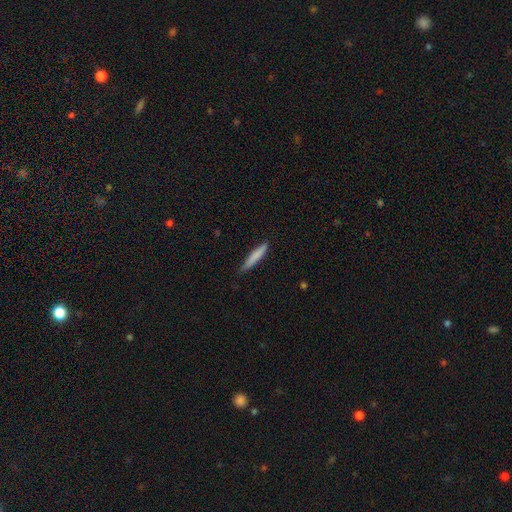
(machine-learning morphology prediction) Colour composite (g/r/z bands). It shows a smooth galaxy with no disk features (79%) that is cigar-shaped (92%). Merging: none (81%).